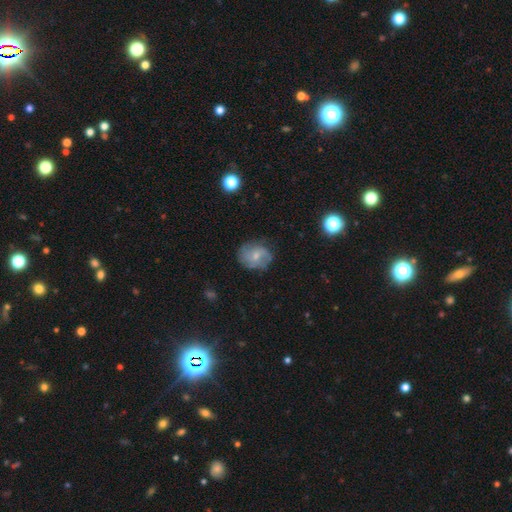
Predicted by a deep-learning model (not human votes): Smooth or featured?
  - smooth: 46% *
  - featured or disk: 45%
  - star or artifact: 9%
Merging?
  - none: 66% *
  - minor disturbance: 24%
  - major disturbance: 9%
  - merger: 2%